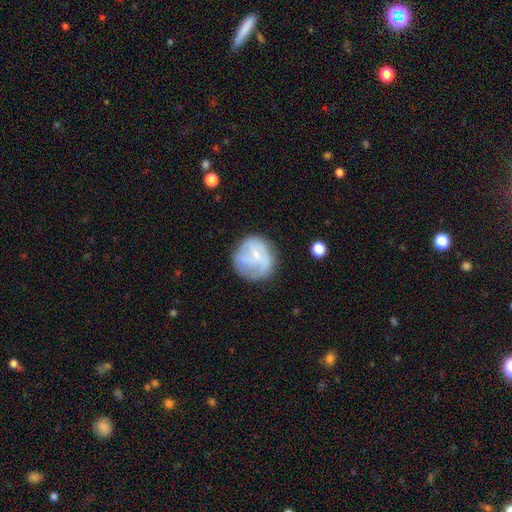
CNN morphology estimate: Q: Smooth or featured?
A: featured or disk (51%); runner-up: smooth (41%)
Q: Edge-on disk?
A: no (97%); runner-up: yes (3%)
Q: Merging?
A: none (62%); runner-up: minor disturbance (22%)